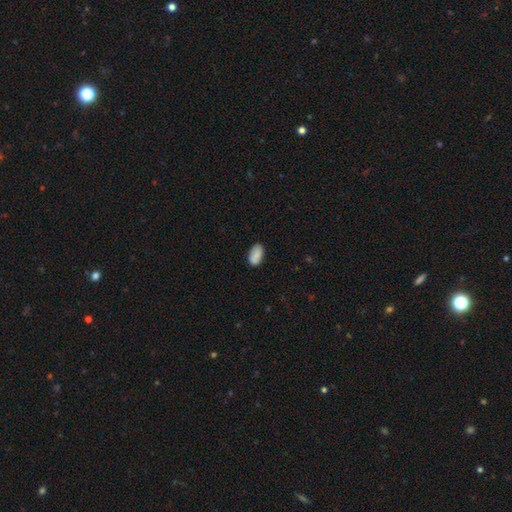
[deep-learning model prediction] Smooth or featured? smooth (83%)
How rounded? in between (93%)
Merging? none (76%)